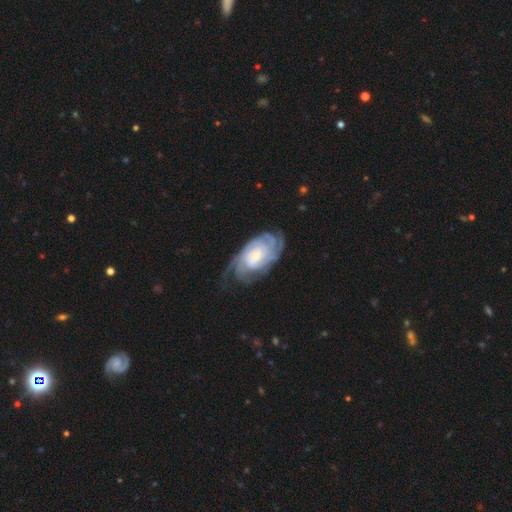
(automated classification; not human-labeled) featured or disk 83%, smooth 11%, star or artifact 5%. Down the decision tree: edge-on disk — no (96%); bar — no (65%); spiral arms — yes (96%); spiral arm count — can't tell (41%); spiral winding — tight (68%); bulge size — moderate (42%); merging — none (65%).